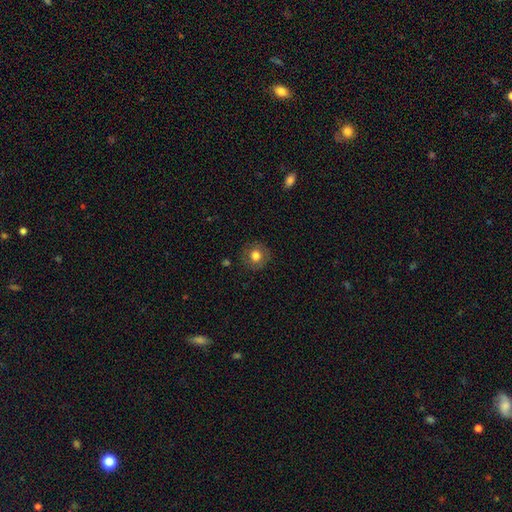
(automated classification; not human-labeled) Overall: smooth (75%). How rounded: round (90%). Merging: none (86%).